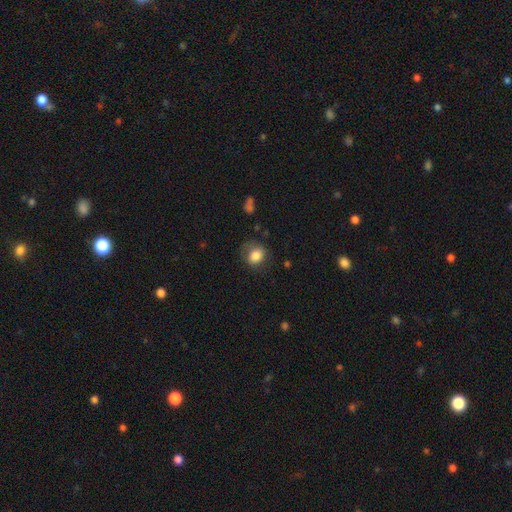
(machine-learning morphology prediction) smooth-or-featured: smooth: 81% | featured or disk: 11% | star or artifact: 8%
  how-rounded: round: 59% | in between: 41% | cigar-shaped: 1%
  merging: none: 57% | minor disturbance: 26% | major disturbance: 15% | merger: 2%